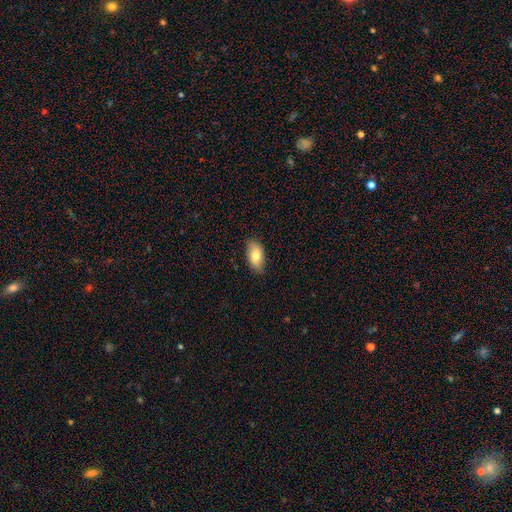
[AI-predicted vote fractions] Morphology: type=smooth (76%); roundness=in between (92%); merging=none (79%).